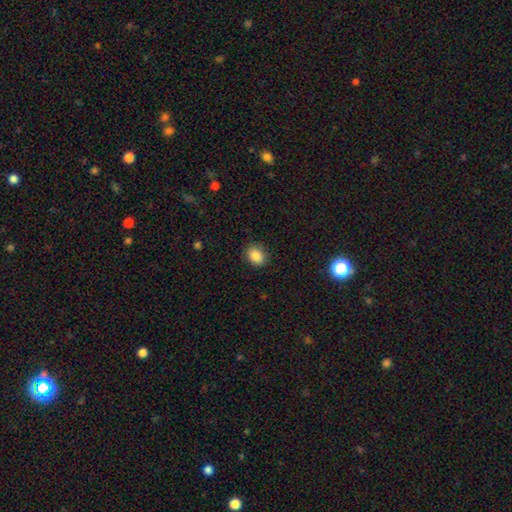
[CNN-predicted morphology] A smooth galaxy with no disk features (86%) that is in between round and cigar-shaped (60%). Merging: none (87%).